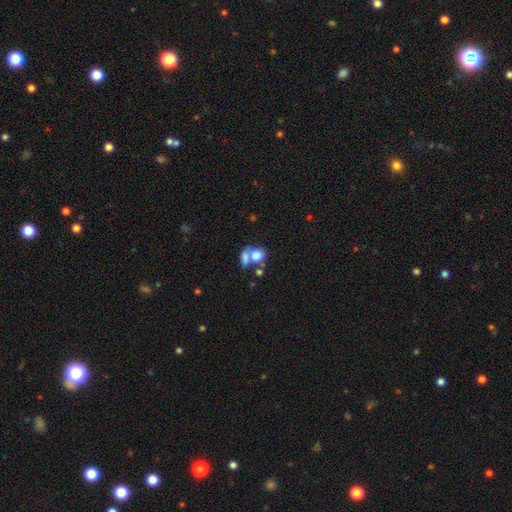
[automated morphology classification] This appears to be a smooth galaxy with no disk features (75%) that is round (53%). Merging: merger (52%).